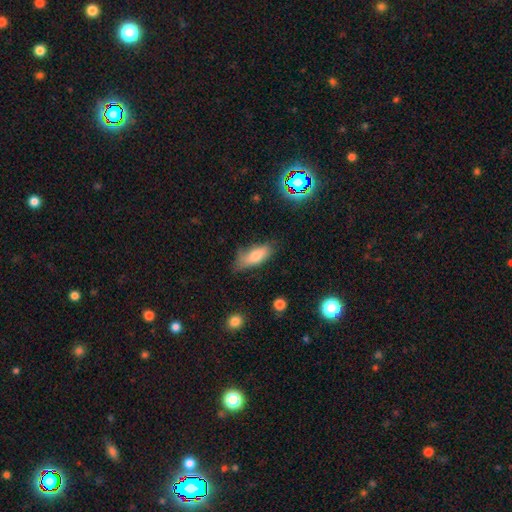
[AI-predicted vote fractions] Smooth or featured: smooth — 73% (featured or disk — 18%)
How rounded: in between — 72% (cigar-shaped — 25%)
Merging: none — 60% (minor disturbance — 30%)